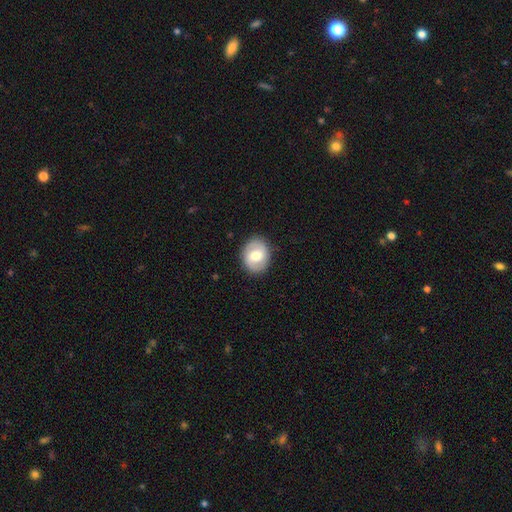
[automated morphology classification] Smooth or featured?
  - smooth: 47% * (tied)
  - featured or disk: 47% * (tied)
  - star or artifact: 6%
Merging?
  - none: 87% *
  - minor disturbance: 10%
  - major disturbance: 3%
  - merger: 1%